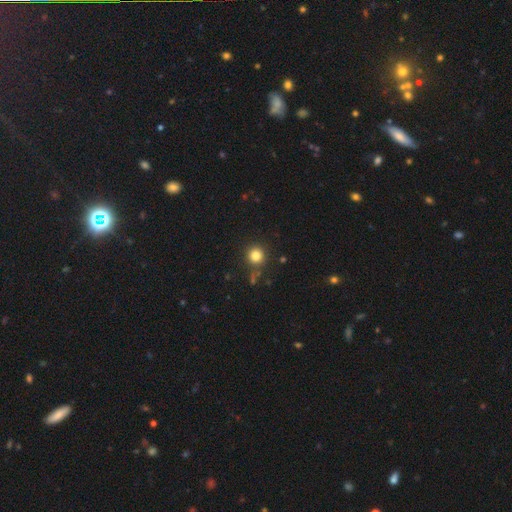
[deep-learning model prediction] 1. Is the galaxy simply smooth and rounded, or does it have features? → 82% smooth, 13% star or artifact, 5% featured or disk.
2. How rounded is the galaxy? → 94% round, 5% in between, 1% cigar-shaped.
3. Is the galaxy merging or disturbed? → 85% none, 8% minor disturbance, 4% merger, 3% major disturbance.